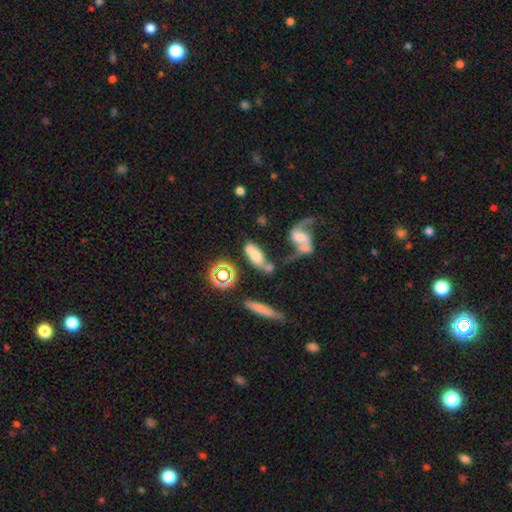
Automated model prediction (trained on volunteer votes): smooth-or-featured: smooth: 56% | featured or disk: 31% | star or artifact: 14%
  how-rounded: in between: 74% | cigar-shaped: 17% | round: 8%
  merging: none: 35% | merger: 34% | minor disturbance: 17% | major disturbance: 14%